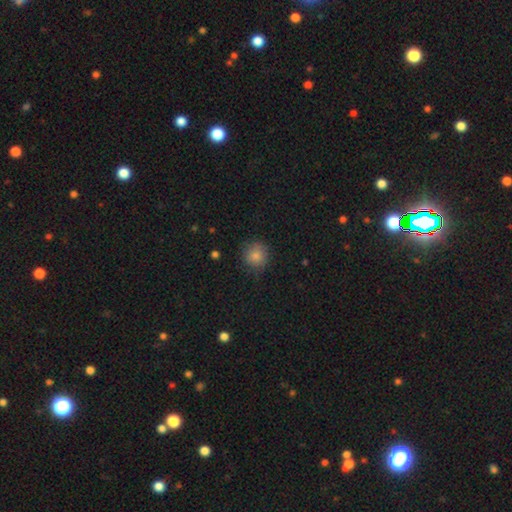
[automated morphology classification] smooth_or_featured: smooth (p=0.82) [alt: star or artifact p=0.10]
how_rounded: round (p=0.91) [alt: in between p=0.08]
merging: none (p=0.77) [alt: minor disturbance p=0.17]